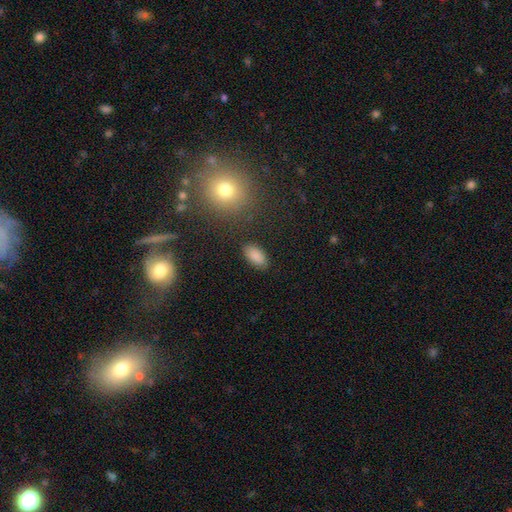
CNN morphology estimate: Smooth or featured: smooth — 87% (star or artifact — 8%)
How rounded: in between — 94% (cigar-shaped — 3%)
Merging: none — 86% (minor disturbance — 10%)